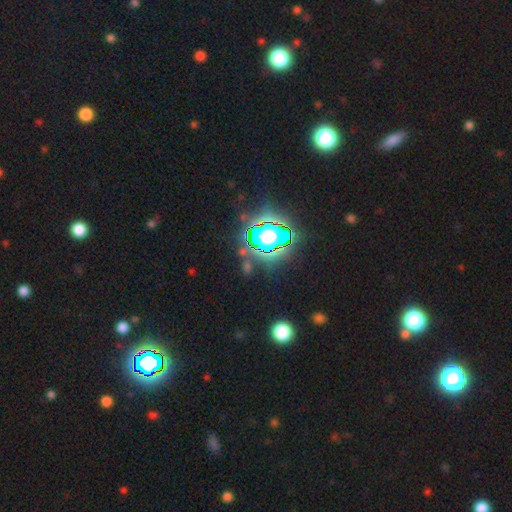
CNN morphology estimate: Overall: star or artifact (81%).